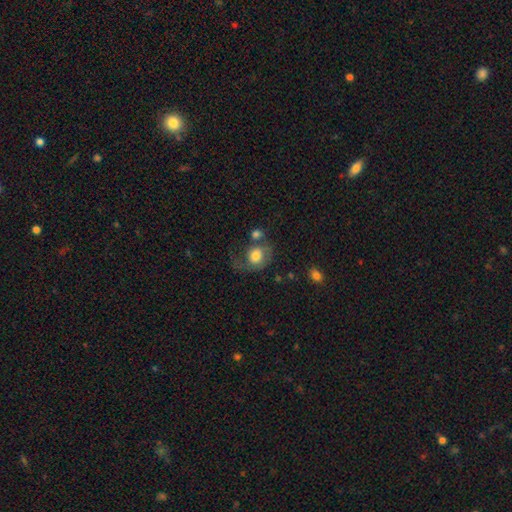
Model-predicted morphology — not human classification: This appears to be a smooth galaxy with no disk features (69%) that is round (64%). Merging: none (32%).